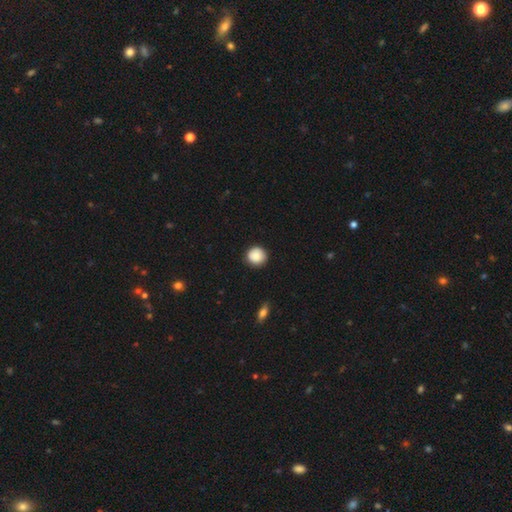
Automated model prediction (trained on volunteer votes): smooth_or_featured: smooth (p=0.87) [alt: star or artifact p=0.08]
how_rounded: round (p=0.93) [alt: in between p=0.06]
merging: none (p=0.88) [alt: minor disturbance p=0.09]